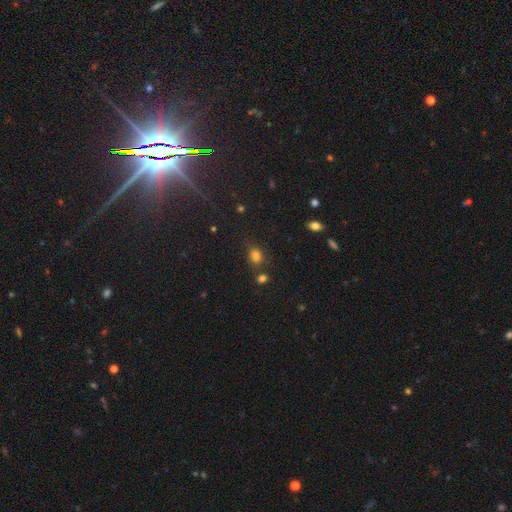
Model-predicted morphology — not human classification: Q: Smooth or featured?
A: smooth (78%); runner-up: star or artifact (16%)
Q: How rounded?
A: in between (56%); runner-up: round (42%)
Q: Merging?
A: none (68%); runner-up: minor disturbance (16%)